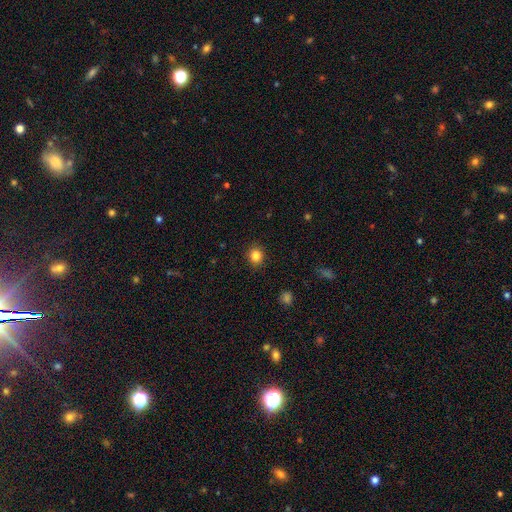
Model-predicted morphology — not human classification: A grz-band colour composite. It shows a smooth galaxy with no disk features (84%) that is round (80%). Merging: none (90%).